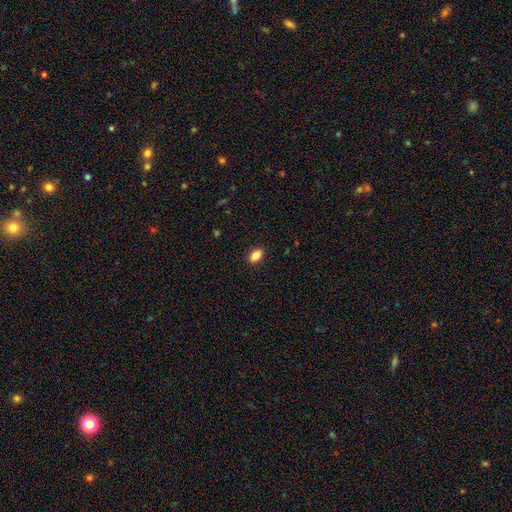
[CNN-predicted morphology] Smooth or featured?
  - smooth: 85% *
  - star or artifact: 9%
  - featured or disk: 6%
How rounded?
  - in between: 85% *
  - round: 13%
  - cigar-shaped: 2%
Merging?
  - none: 90% *
  - minor disturbance: 8%
  - major disturbance: 2%
  - merger: 1%